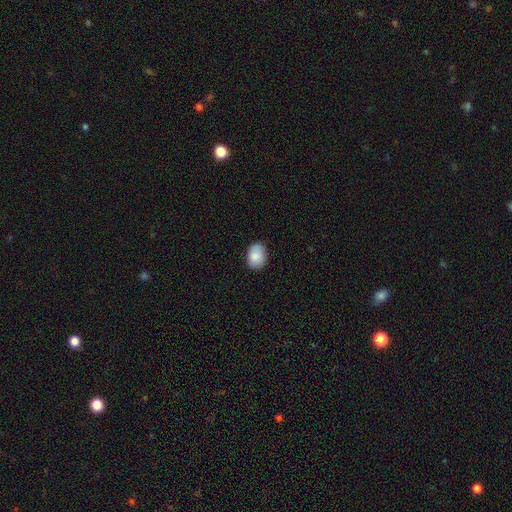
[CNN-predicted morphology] smooth-or-featured: smooth: 87% | star or artifact: 7% | featured or disk: 6%
  how-rounded: in between: 68% | round: 31% | cigar-shaped: 1%
  merging: none: 81% | minor disturbance: 16% | major disturbance: 2% | merger: 1%